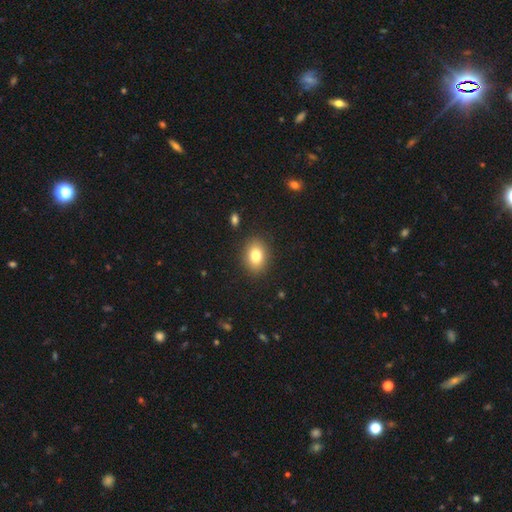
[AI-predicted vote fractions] A smooth galaxy with no disk features (79%) that is in between round and cigar-shaped (66%).

Vote fractions:
- Smooth or featured? smooth: 79% / featured or disk: 11% / star or artifact: 10%
- How rounded? in between: 66% / round: 33% / cigar-shaped: 1%
- Merging? none: 88% / minor disturbance: 8% / major disturbance: 3% / merger: 1%